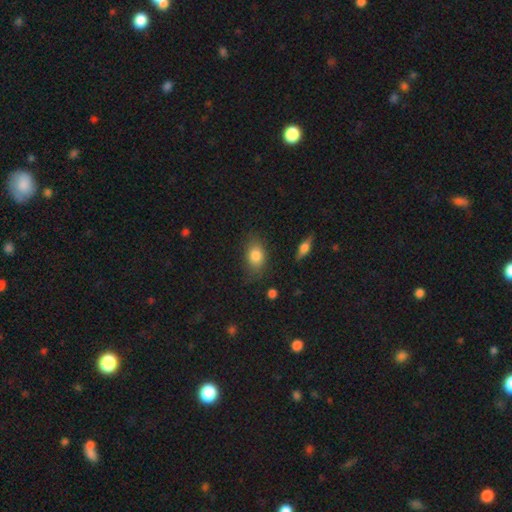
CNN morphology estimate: Smooth or featured: smooth — 82% (featured or disk — 10%)
How rounded: in between — 77% (round — 20%)
Merging: none — 75% (minor disturbance — 18%)